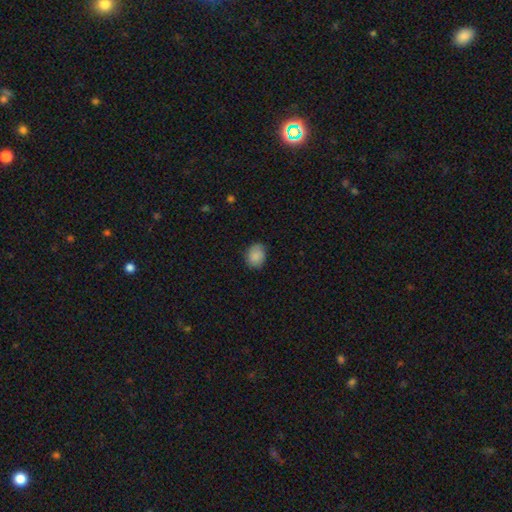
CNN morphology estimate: smooth-or-featured: smooth: 86% | star or artifact: 8% | featured or disk: 6%
  how-rounded: round: 52% | in between: 47% | cigar-shaped: 1%
  merging: none: 78% | minor disturbance: 18% | major disturbance: 3% | merger: 1%